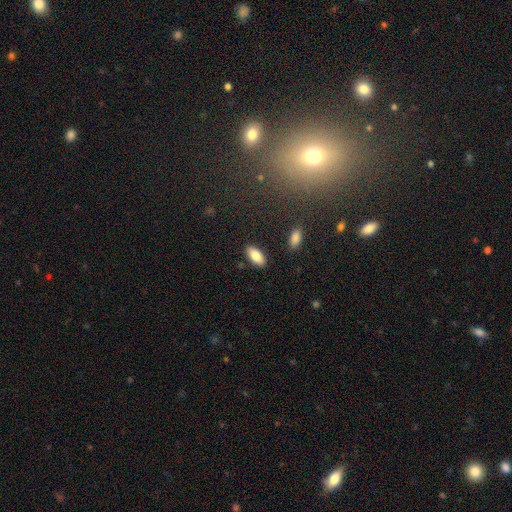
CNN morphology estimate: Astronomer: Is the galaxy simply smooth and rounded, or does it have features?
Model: smooth — 85%.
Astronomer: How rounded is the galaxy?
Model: in between — 88%.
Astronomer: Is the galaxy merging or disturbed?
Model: none — 88%.